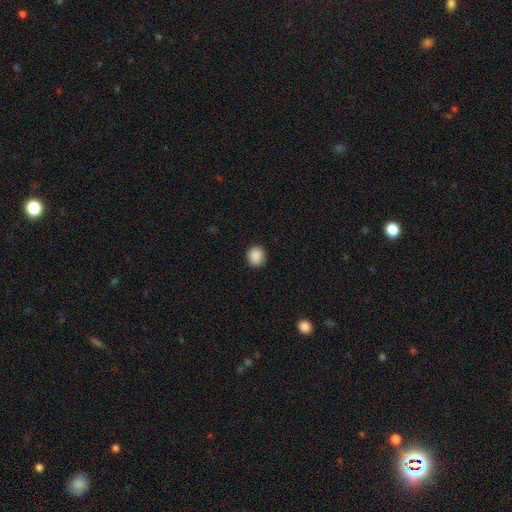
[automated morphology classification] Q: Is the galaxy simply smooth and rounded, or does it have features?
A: smooth — 89%.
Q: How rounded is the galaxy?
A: round — 85%.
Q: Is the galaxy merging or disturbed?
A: none — 89%.